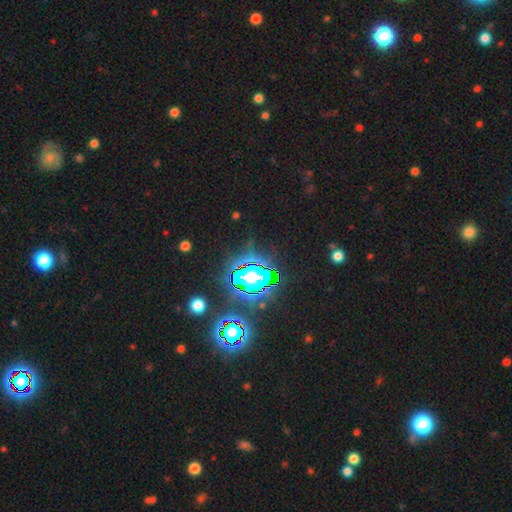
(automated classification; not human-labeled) star or artifact 84%, smooth 10%, featured or disk 7%.